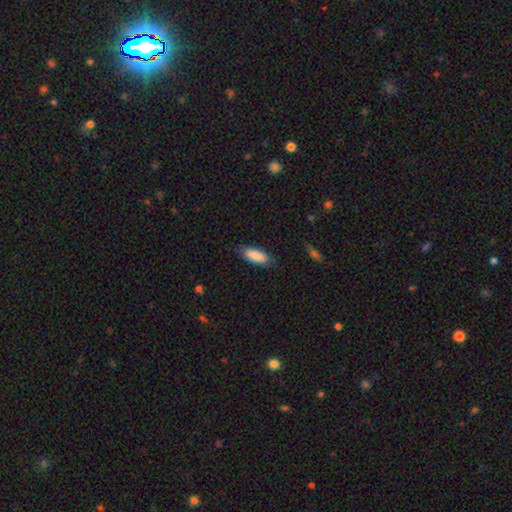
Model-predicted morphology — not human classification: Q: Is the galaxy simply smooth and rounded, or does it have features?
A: smooth — 84%.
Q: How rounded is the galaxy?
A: in between — 77%.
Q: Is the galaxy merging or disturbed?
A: none — 76%.